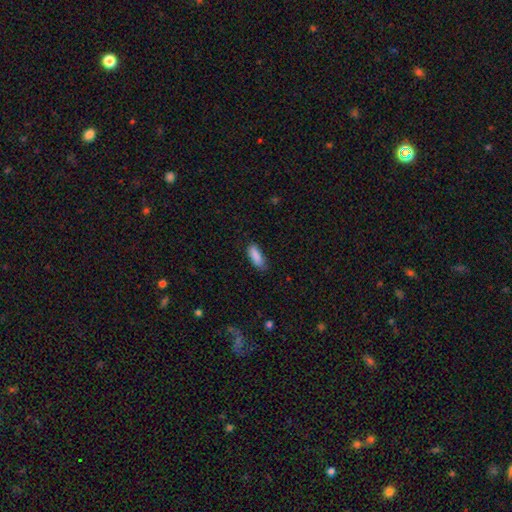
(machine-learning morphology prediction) This is clearly a smooth galaxy (89%). How rounded: likely in between (66%). Merging: likely none (78%).